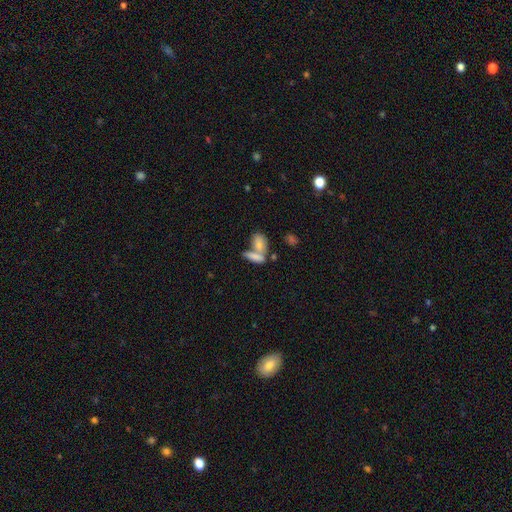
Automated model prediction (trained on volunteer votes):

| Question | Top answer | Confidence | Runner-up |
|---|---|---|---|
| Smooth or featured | smooth | 75% | featured or disk (16%) |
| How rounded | in between | 67% | cigar-shaped (26%) |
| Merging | merger | 52% | none (35%) |